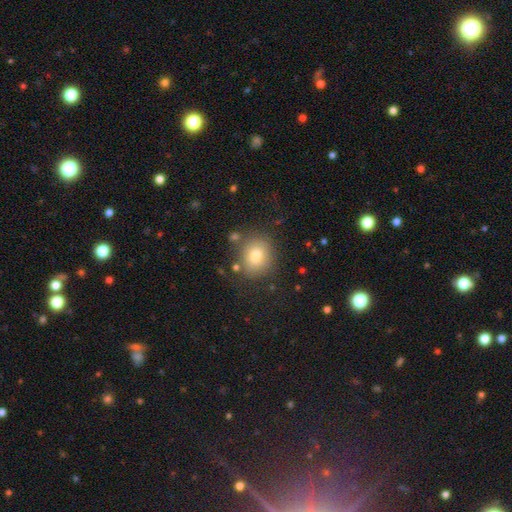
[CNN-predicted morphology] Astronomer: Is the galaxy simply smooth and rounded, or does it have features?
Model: smooth — 77%.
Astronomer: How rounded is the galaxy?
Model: round — 72%.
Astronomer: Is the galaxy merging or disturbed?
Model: none — 79%.